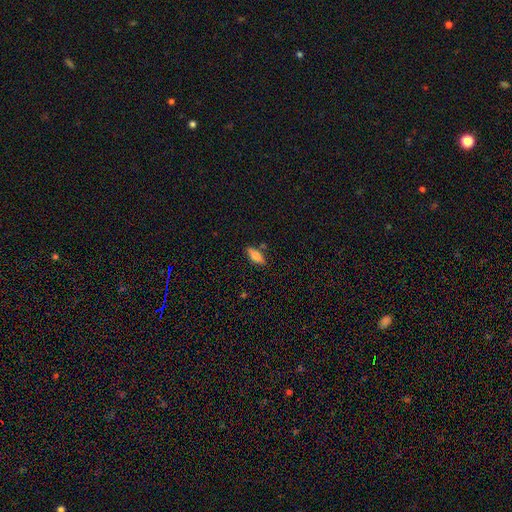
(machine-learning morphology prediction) This appears to be a smooth galaxy with no disk features (72%) that is in between round and cigar-shaped (73%). Merging: none (76%).